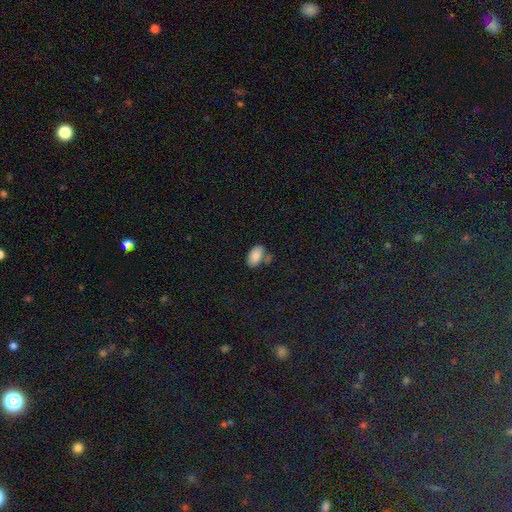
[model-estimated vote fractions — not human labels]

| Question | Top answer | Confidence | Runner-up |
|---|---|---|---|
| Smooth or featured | smooth | 86% | star or artifact (8%) |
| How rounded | in between | 94% | round (4%) |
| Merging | none | 59% | merger (18%) |